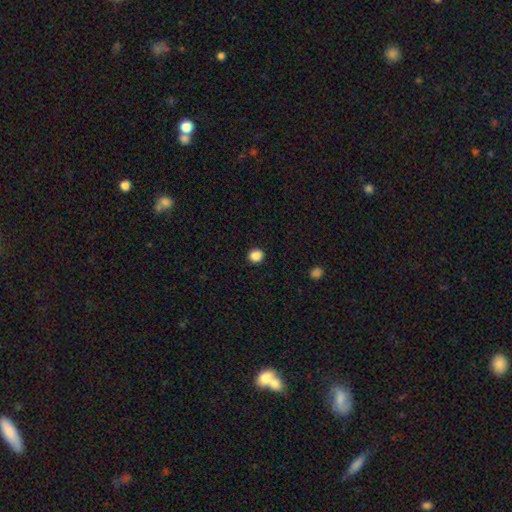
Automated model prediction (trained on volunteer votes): A smooth galaxy with no disk features (87%) that is round (87%).

Vote fractions:
- Smooth or featured? smooth: 87% / star or artifact: 10% / featured or disk: 2%
- How rounded? round: 87% / in between: 12% / cigar-shaped: 1%
- Merging? none: 92% / minor disturbance: 5% / major disturbance: 2% / merger: 1%